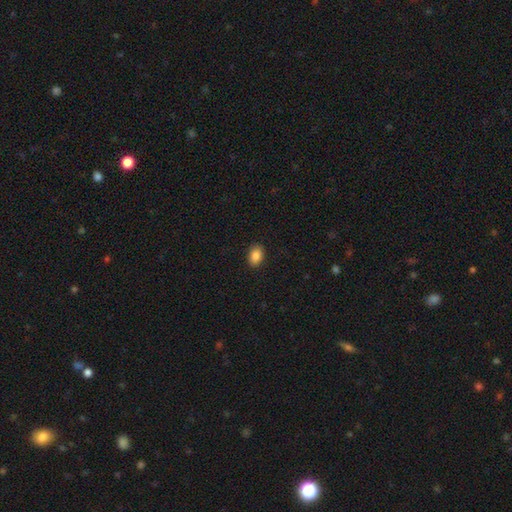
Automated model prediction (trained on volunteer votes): Q: Smooth or featured?
A: smooth (88%); runner-up: star or artifact (8%)
Q: How rounded?
A: in between (84%); runner-up: round (15%)
Q: Merging?
A: none (89%); runner-up: minor disturbance (8%)